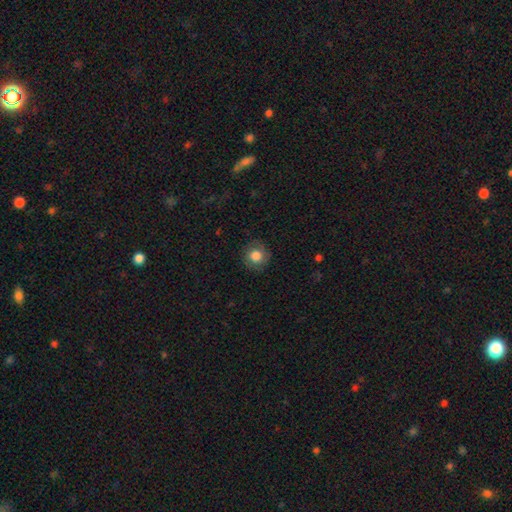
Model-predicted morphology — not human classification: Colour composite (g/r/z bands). It shows a smooth galaxy with no disk features (78%) that is round (91%). Merging: none (85%).